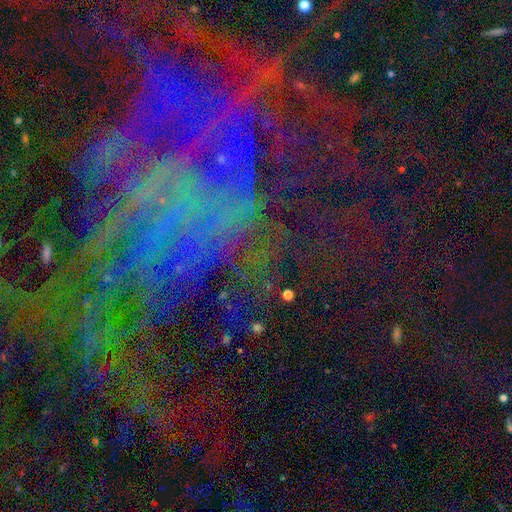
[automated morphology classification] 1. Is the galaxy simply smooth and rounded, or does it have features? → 64% star or artifact, 24% featured or disk, 13% smooth.